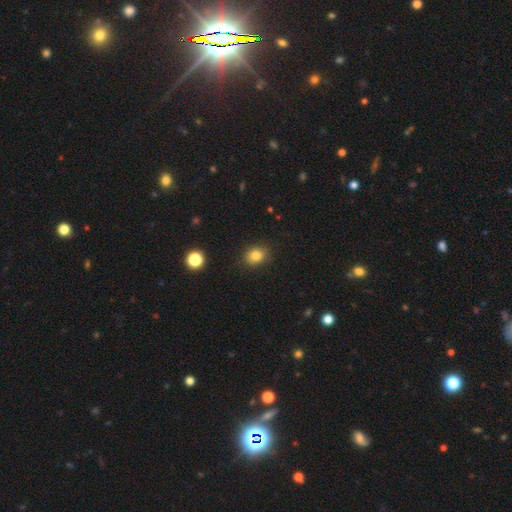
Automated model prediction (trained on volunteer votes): This appears to be a smooth galaxy with no disk features (81%) that is round (59%). Merging: none (86%).